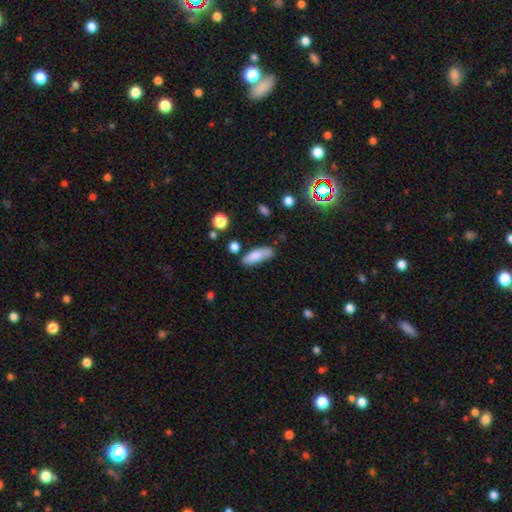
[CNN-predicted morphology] Smooth or featured? Predicted: smooth (p=0.81). How rounded? Predicted: in between (p=0.55). Merging? Predicted: none (p=0.65).